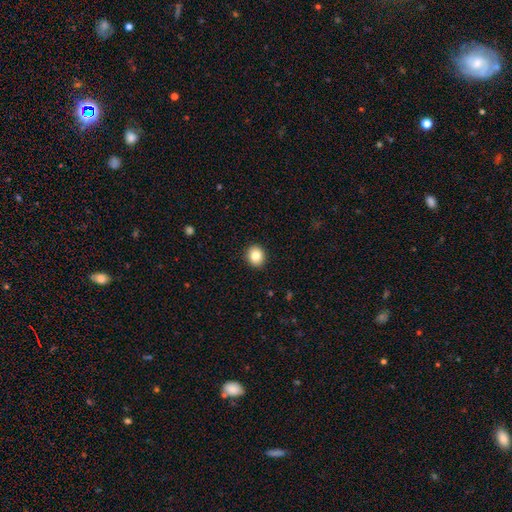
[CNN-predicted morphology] Q: Smooth or featured?
A: smooth (83%); runner-up: star or artifact (9%)
Q: How rounded?
A: round (72%); runner-up: in between (27%)
Q: Merging?
A: none (92%); runner-up: minor disturbance (6%)